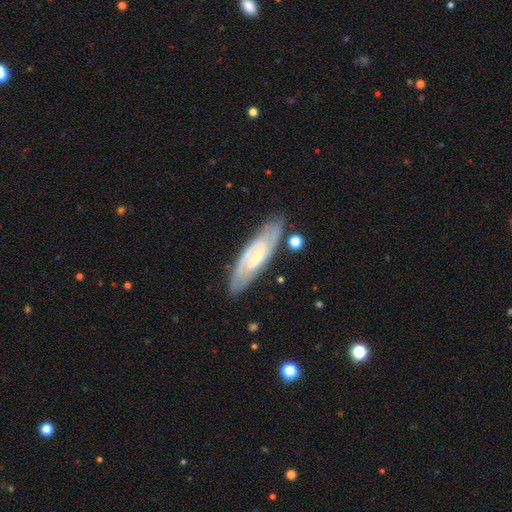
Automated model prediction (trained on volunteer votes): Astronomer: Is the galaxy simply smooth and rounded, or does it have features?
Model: featured or disk — 78%.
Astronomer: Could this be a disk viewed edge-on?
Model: no — 82%.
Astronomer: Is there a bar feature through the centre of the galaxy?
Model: weak — 47% (runner-up: no, 33%).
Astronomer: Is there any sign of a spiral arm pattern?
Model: yes — 92%.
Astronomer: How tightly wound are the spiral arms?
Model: tight — 56% (runner-up: medium, 36%).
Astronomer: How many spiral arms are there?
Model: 2 — 56%.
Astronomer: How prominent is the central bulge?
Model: small — 58%.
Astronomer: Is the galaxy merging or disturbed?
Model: none — 80%.